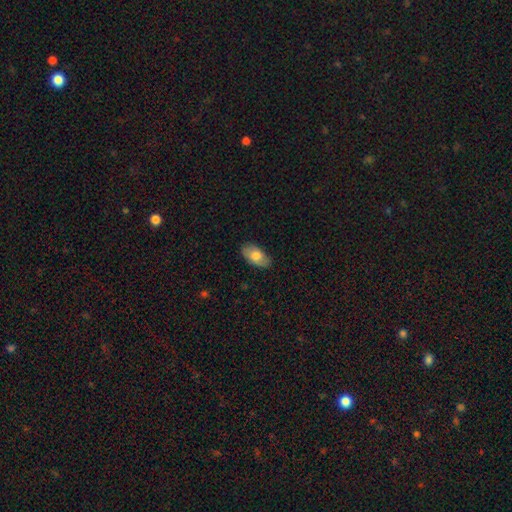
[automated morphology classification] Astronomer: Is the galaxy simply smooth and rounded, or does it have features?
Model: smooth — 75%.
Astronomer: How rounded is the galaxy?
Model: in between — 94%.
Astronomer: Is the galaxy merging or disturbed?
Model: none — 80%.